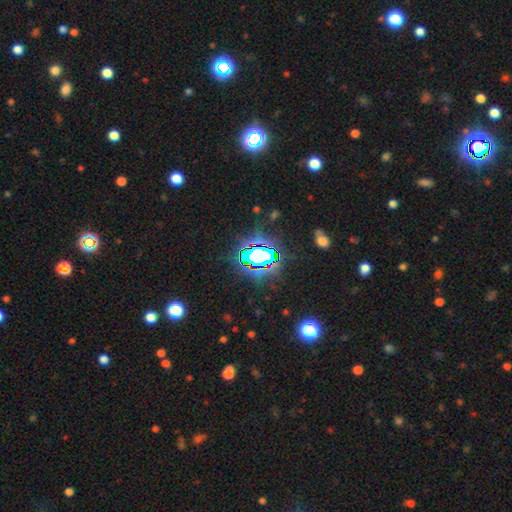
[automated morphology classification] This is likely a star or artifact rather than a galaxy (73%).